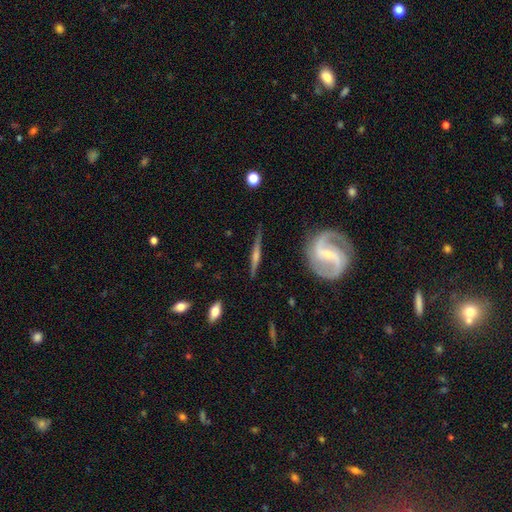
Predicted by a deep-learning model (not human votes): smooth-or-featured: featured or disk: 80% | smooth: 13% | star or artifact: 6%
  disk-edge-on: yes: 80% | no: 20%
    edge-on-bulge: rounded: 77% | none: 13% | boxy: 10%
  merging: none: 83% | minor disturbance: 12% | major disturbance: 3% | merger: 2%